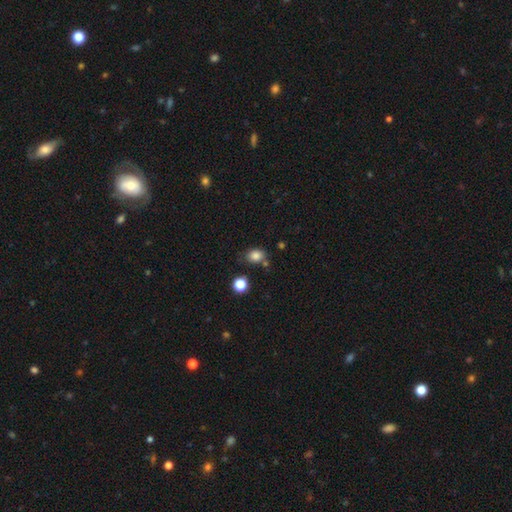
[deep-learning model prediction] Smooth or featured: smooth — 83% (star or artifact — 12%)
How rounded: in between — 56% (round — 43%)
Merging: none — 69% (minor disturbance — 17%)